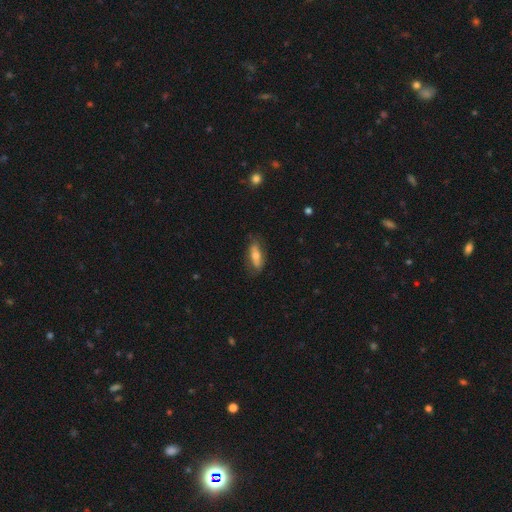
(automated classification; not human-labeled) Smooth or featured? Predicted: smooth (p=0.57). How rounded? Predicted: in between (p=0.60). Merging? Predicted: none (p=0.76).